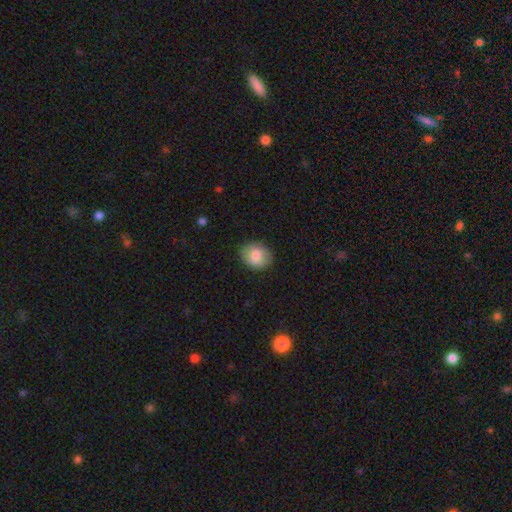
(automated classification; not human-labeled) smooth-or-featured: smooth: 81% | featured or disk: 12% | star or artifact: 7%
  how-rounded: round: 61% | in between: 38% | cigar-shaped: 1%
  merging: none: 83% | minor disturbance: 12% | major disturbance: 3% | merger: 1%